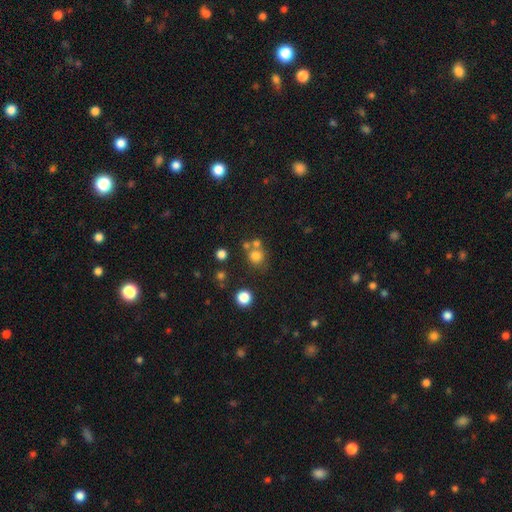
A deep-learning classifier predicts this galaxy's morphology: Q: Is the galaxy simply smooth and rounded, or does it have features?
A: smooth — 74%.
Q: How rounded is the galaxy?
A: round — 86%.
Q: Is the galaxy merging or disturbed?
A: none — 58%.